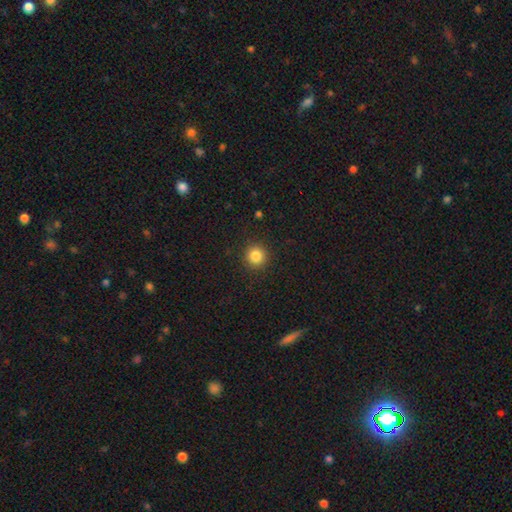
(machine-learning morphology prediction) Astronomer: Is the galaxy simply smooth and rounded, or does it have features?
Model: smooth — 84%.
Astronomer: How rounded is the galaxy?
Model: round — 94%.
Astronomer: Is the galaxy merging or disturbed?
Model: none — 91%.